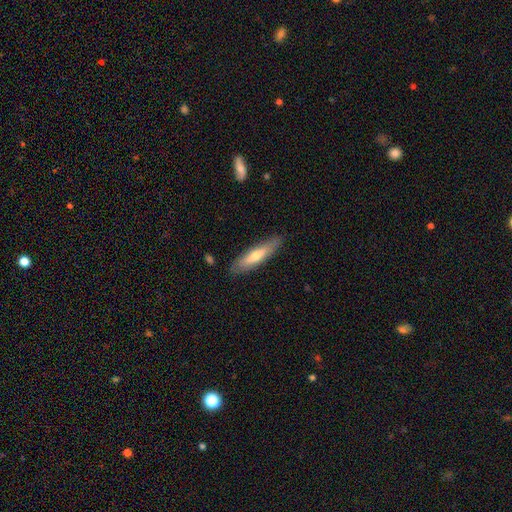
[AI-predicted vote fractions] Smooth or featured?
  - smooth: 54% *
  - featured or disk: 40%
  - star or artifact: 6%
How rounded?
  - cigar-shaped: 78% *
  - in between: 20%
  - round: 2%
Merging?
  - none: 83% *
  - minor disturbance: 13%
  - major disturbance: 2%
  - merger: 1%